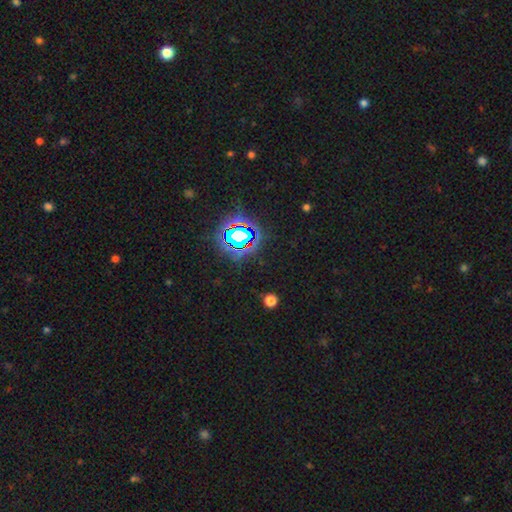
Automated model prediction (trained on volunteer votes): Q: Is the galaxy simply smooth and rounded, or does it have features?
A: star or artifact — 80%.